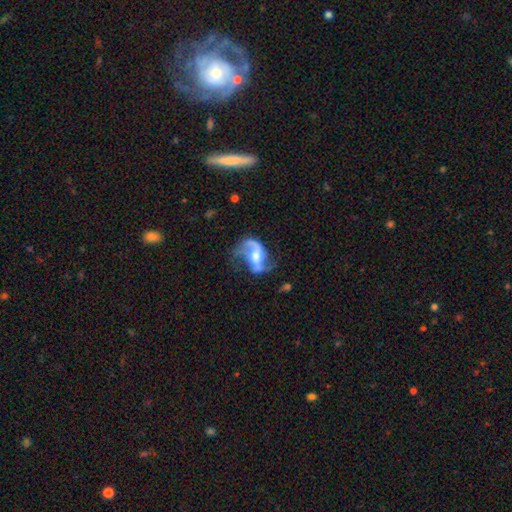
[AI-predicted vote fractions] This is clearly a featured or disk galaxy (87%). It is clearly not viewed edge-on (96%). Bar: marginally weak (39%). Spiral arm pattern: clearly yes (95%). Spiral arm count: clearly 2 (90%). Spiral winding: likely loose (62%). Central bulge: possibly moderate (59%). Merging: likely none (63%).